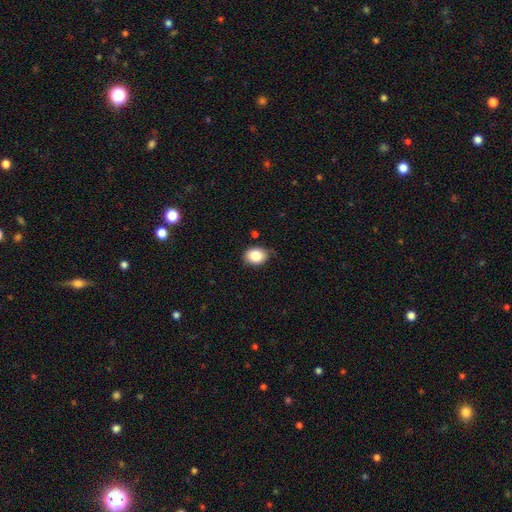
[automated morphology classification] smooth 83%, star or artifact 9%, featured or disk 8%. Down the decision tree: how rounded — in between (53%); merging — none (73%).